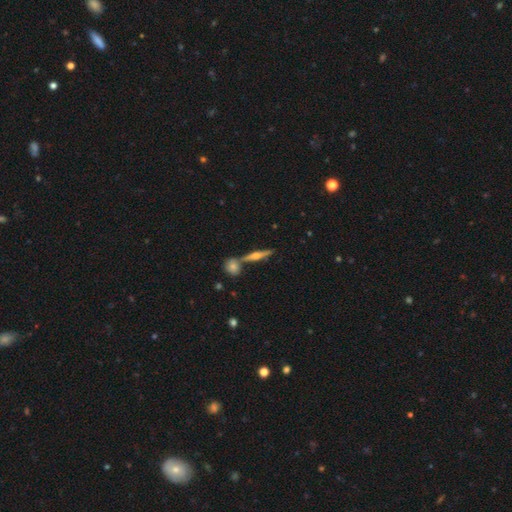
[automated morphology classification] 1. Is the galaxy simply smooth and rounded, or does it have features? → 68% featured or disk, 24% smooth, 8% star or artifact.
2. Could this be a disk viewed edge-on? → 97% yes, 3% no.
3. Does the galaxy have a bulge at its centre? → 88% rounded, 7% boxy, 5% none.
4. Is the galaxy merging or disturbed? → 74% none, 16% merger, 8% minor disturbance, 2% major disturbance.